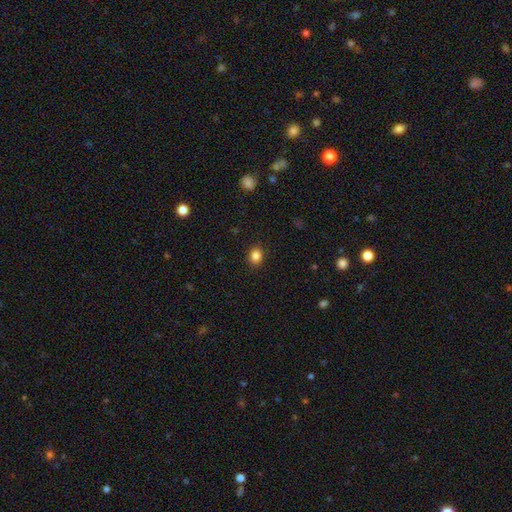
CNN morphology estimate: This appears to be a smooth galaxy with no disk features (85%) that is round (60%). Merging: none (90%).